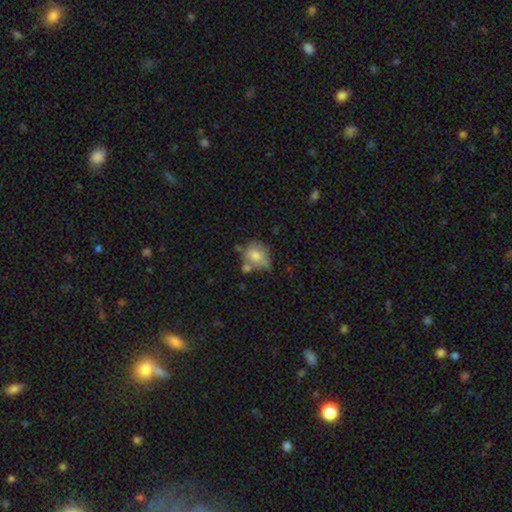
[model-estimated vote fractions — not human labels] Q: Smooth or featured?
A: smooth (69%); runner-up: featured or disk (22%)
Q: How rounded?
A: round (53%); runner-up: in between (45%)
Q: Merging?
A: none (41%); runner-up: minor disturbance (26%)